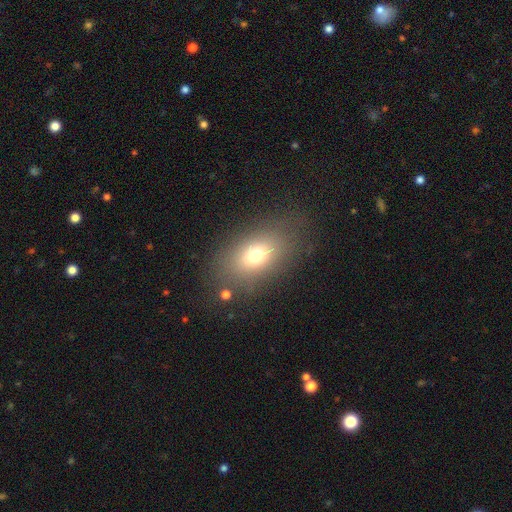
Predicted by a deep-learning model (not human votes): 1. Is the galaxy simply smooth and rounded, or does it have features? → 69% smooth, 17% featured or disk, 14% star or artifact.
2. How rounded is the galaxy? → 77% in between, 20% round, 3% cigar-shaped.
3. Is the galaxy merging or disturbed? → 76% none, 13% minor disturbance, 8% major disturbance, 3% merger.